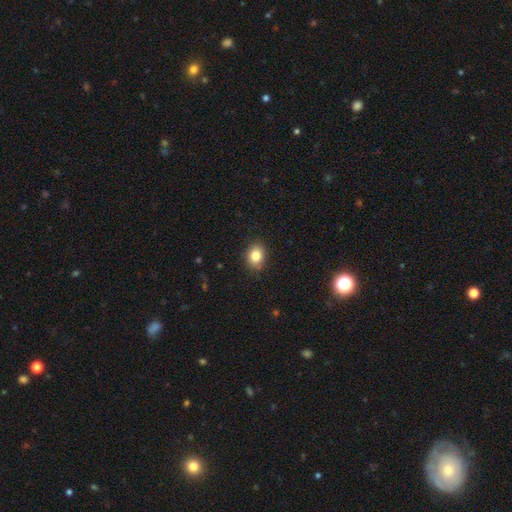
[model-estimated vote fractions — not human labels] This appears to be a smooth galaxy with no disk features (84%) that is in between round and cigar-shaped (54%). Merging: none (86%).